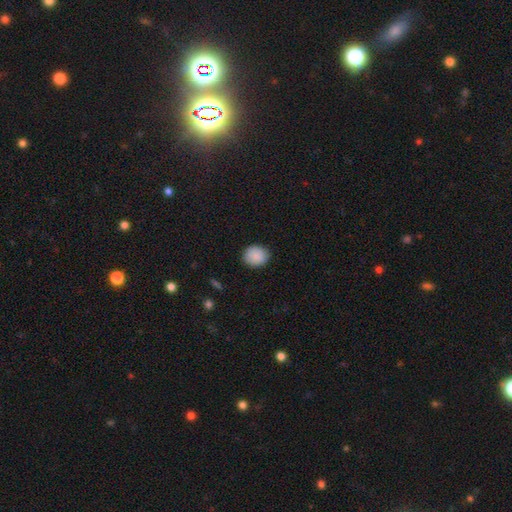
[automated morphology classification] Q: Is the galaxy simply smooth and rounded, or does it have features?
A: smooth — 90%.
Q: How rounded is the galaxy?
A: round — 69%.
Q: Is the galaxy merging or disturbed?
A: none — 88%.